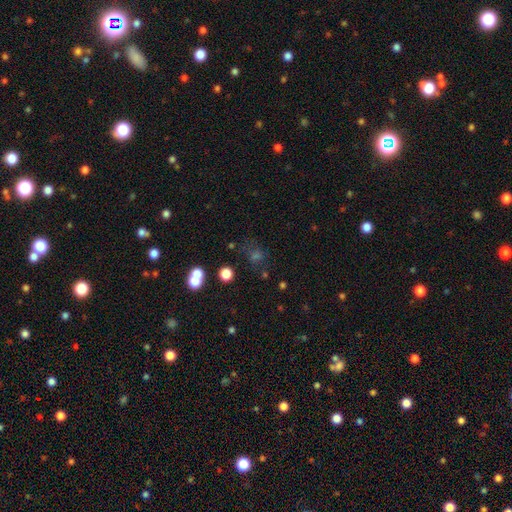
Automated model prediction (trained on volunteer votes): A smooth galaxy with no disk features (45%). Merging: none (66%).